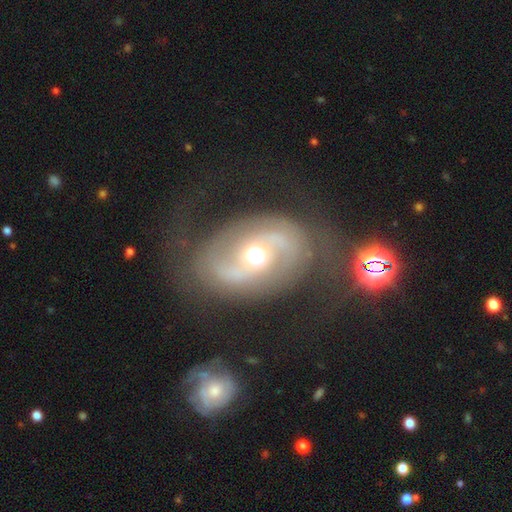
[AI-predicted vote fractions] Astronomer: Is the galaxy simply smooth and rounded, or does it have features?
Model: featured or disk — 80%.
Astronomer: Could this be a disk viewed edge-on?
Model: no — 96%.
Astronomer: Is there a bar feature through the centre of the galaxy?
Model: no — 43% (runner-up: weak, 38%).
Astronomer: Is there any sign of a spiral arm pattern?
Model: yes — 85%.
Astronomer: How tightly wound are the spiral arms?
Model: medium — 45% (runner-up: loose, 32%).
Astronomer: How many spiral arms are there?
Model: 2 — 90%.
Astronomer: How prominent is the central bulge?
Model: moderate — 66%.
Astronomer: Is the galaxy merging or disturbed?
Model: none — 77%.